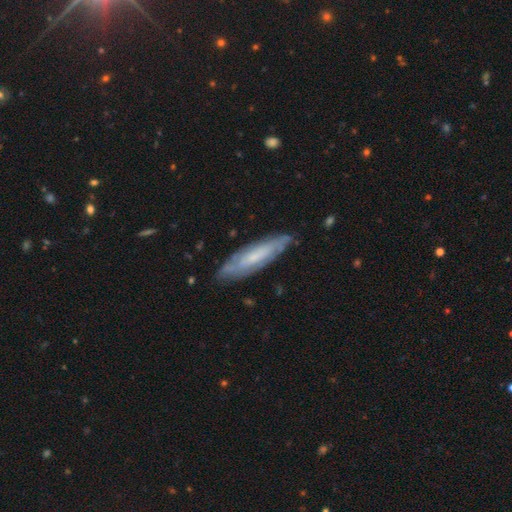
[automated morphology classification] A featured or disk galaxy (57%). Merging: none (80%).